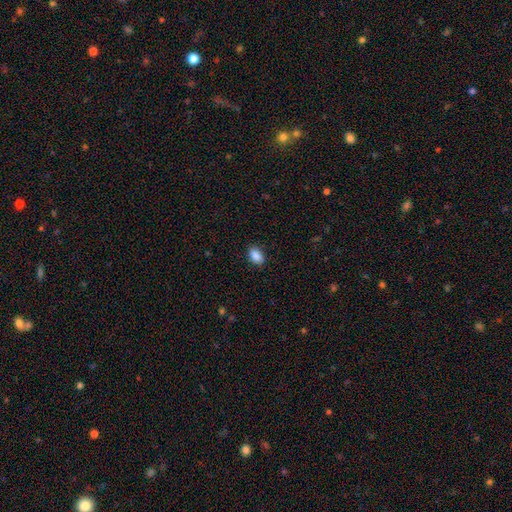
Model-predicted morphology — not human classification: Smooth or featured? Predicted: smooth (p=0.88). How rounded? Predicted: in between (p=0.88). Merging? Predicted: none (p=0.88).